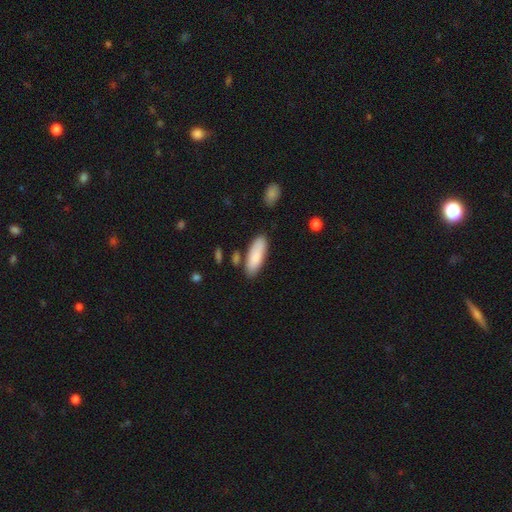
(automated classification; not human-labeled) Smooth or featured?
  - smooth: 85% *
  - featured or disk: 9%
  - star or artifact: 6%
How rounded?
  - in between: 67% *
  - cigar-shaped: 32%
  - round: 2%
Merging?
  - none: 76% *
  - minor disturbance: 15%
  - merger: 6%
  - major disturbance: 3%